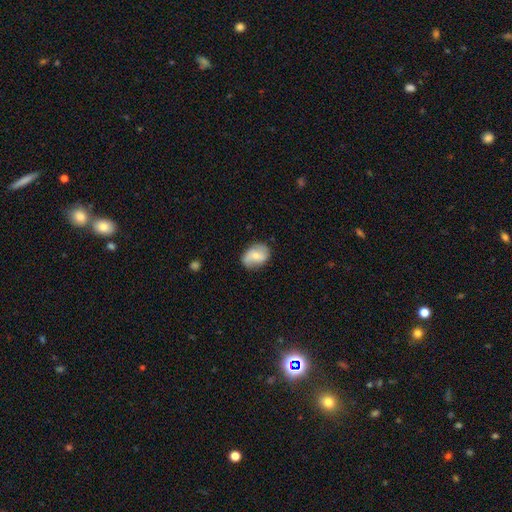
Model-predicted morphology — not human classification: Smooth or featured? smooth (50%)
Merging? none (72%)